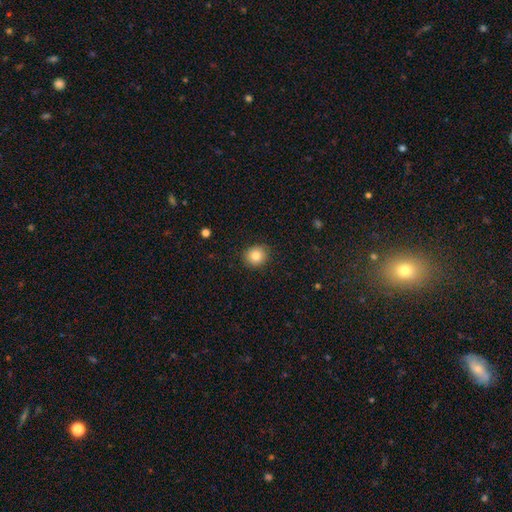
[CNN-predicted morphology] Overall: smooth (83%). How rounded: round (80%). Merging: none (90%).